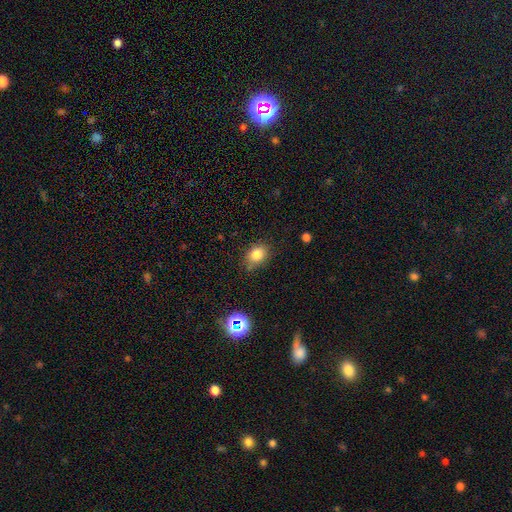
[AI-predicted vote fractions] The model was most divided on "how rounded": in between: 56%, round: 43%, cigar-shaped: 1%. More confident: smooth or featured — smooth (81%); merging — none (74%).